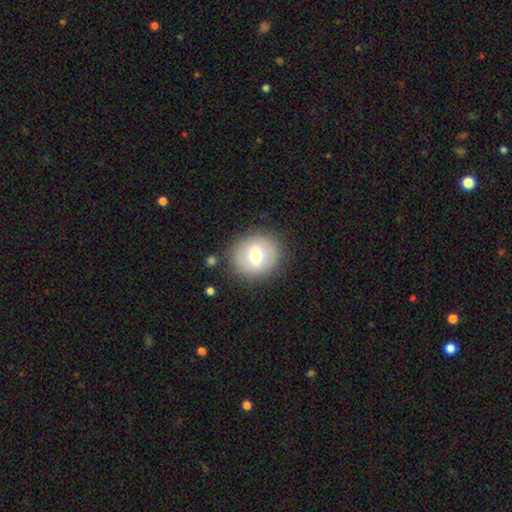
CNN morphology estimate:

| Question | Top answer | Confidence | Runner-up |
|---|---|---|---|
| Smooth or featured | smooth | 69% | featured or disk (21%) |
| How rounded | round | 86% | in between (13%) |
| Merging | none | 86% | minor disturbance (9%) |